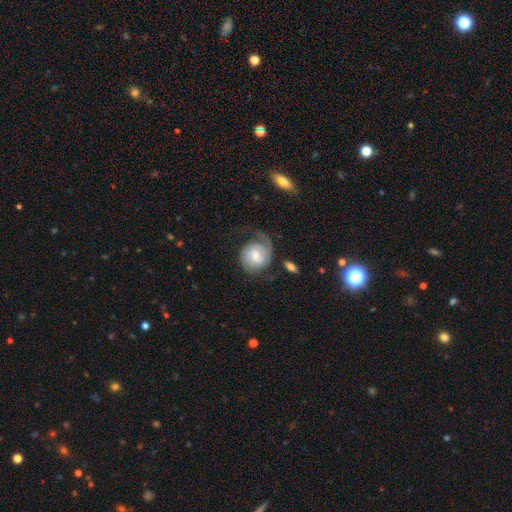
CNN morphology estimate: Smooth or featured? Predicted: featured or disk (p=0.67). Edge-on disk? Predicted: no (p=0.97). Bar? Predicted: weak (p=0.45, tied with no). Spiral arms? Predicted: yes (p=0.92). Spiral winding? Predicted: tight (p=0.41). Spiral arm count? Predicted: 2 (p=0.44). Bulge size? Predicted: moderate (p=0.54). Merging? Predicted: none (p=0.50).